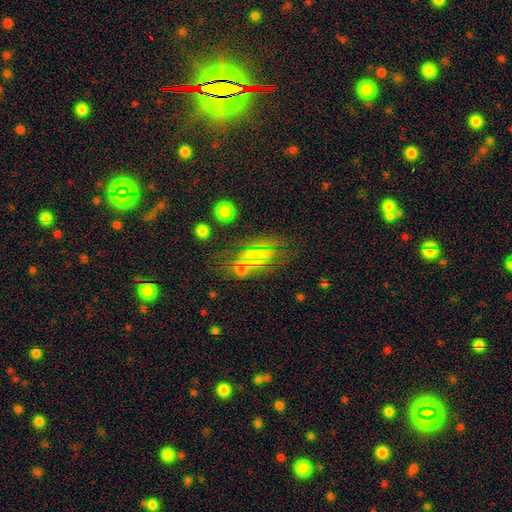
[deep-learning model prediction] smooth 49%, featured or disk 26%, star or artifact 26%. Down the decision tree: merging — none (63%).